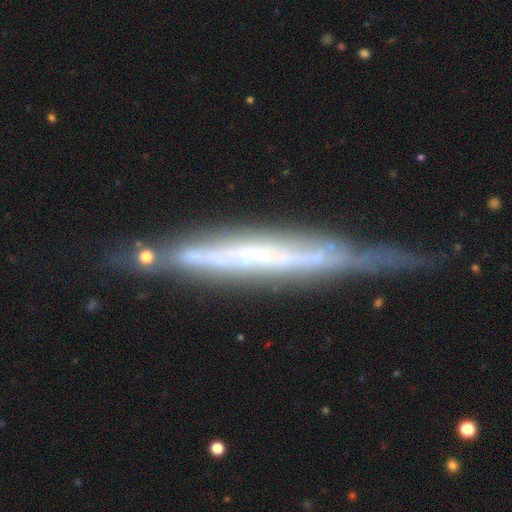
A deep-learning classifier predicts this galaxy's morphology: Q: Smooth or featured?
A: featured or disk (77%); runner-up: smooth (15%)
Q: Edge-on disk?
A: yes (86%); runner-up: no (14%)
Q: Edge-on bulge?
A: none (70%); runner-up: rounded (21%)
Q: Merging?
A: none (62%); runner-up: minor disturbance (27%)